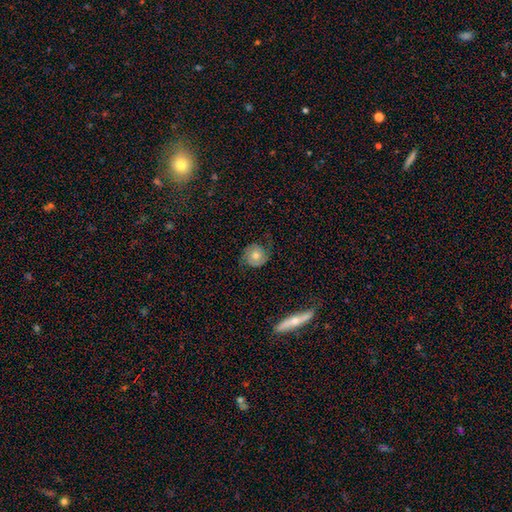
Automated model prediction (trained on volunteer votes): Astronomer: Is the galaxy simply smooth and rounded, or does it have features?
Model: featured or disk — 68%.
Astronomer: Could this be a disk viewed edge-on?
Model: no — 97%.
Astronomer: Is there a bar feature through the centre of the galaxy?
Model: no — 78%.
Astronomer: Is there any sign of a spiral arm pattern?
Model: yes — 93%.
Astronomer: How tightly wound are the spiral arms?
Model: medium — 42% (runner-up: tight, 34%).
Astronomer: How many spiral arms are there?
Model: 2 — 87%.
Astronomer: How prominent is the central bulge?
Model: moderate — 67%.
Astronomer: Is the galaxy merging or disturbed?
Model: none — 74%.